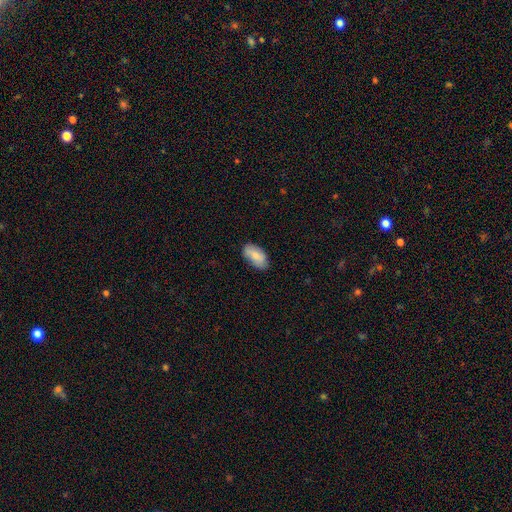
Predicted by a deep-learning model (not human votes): A smooth galaxy with no disk features (81%) that is in between round and cigar-shaped (94%). Merging: none (79%).